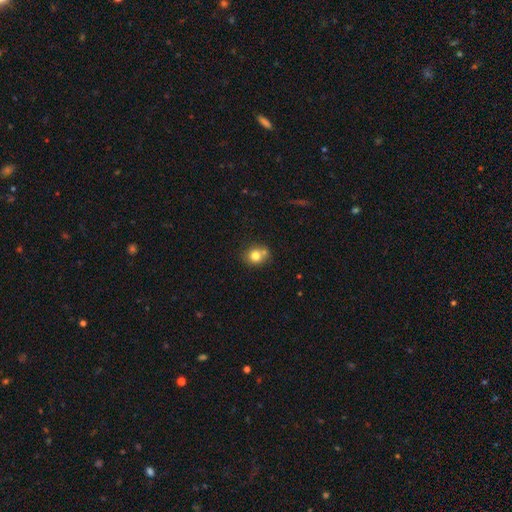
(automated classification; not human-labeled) This is likely a smooth galaxy (78%). How rounded: likely round (77%). Merging: likely none (60%).